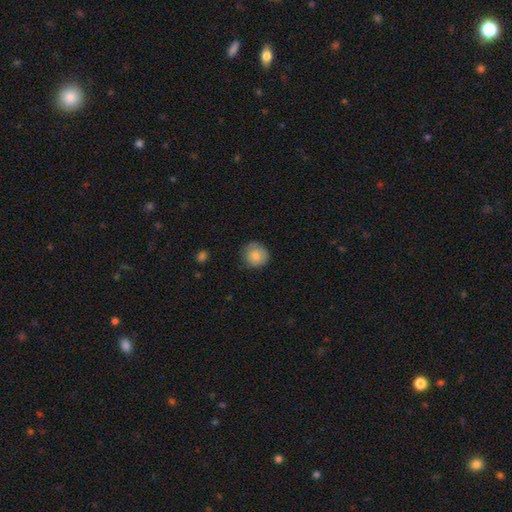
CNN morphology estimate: A smooth galaxy with no disk features (81%) that is round (92%). Merging: none (80%).